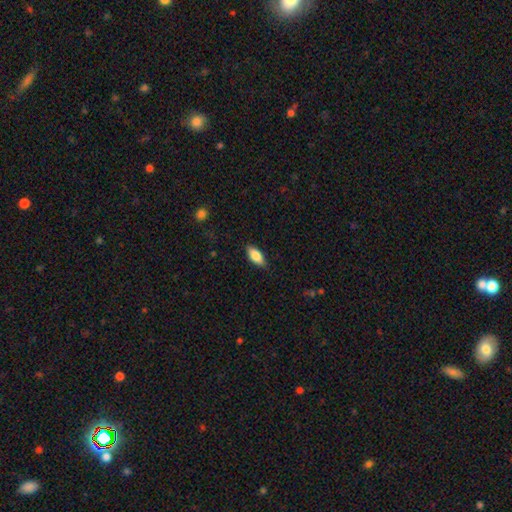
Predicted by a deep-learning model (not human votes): Smooth or featured? smooth (84%)
How rounded? in between (86%)
Merging? none (86%)